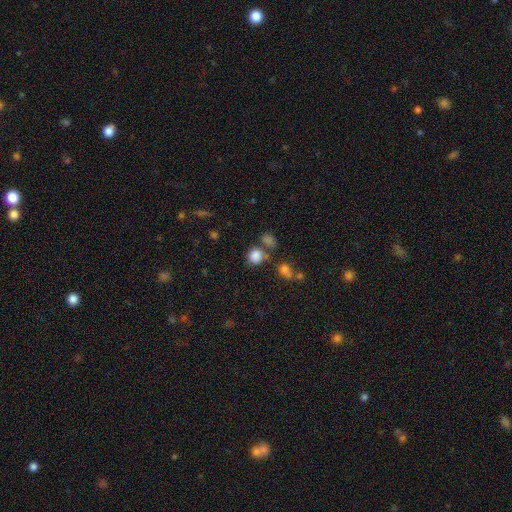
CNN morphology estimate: The model was most divided on "merging": none: 62%, merger: 20%, minor disturbance: 12%, major disturbance: 6%. More confident: smooth or featured — smooth (82%); how rounded — round (78%).